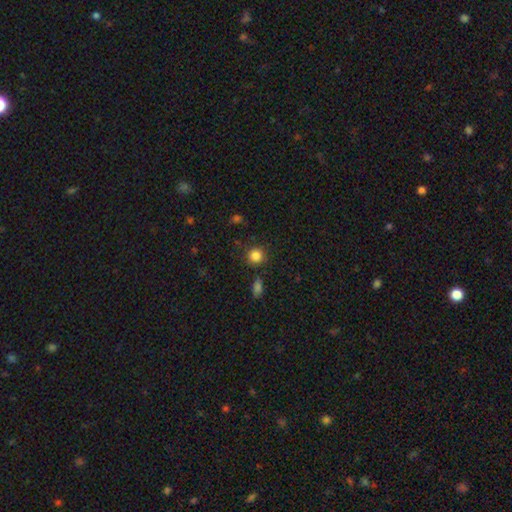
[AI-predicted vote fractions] smooth_or_featured: smooth (p=0.85) [alt: star or artifact p=0.11]
how_rounded: round (p=0.90) [alt: in between p=0.09]
merging: none (p=0.85) [alt: minor disturbance p=0.09]